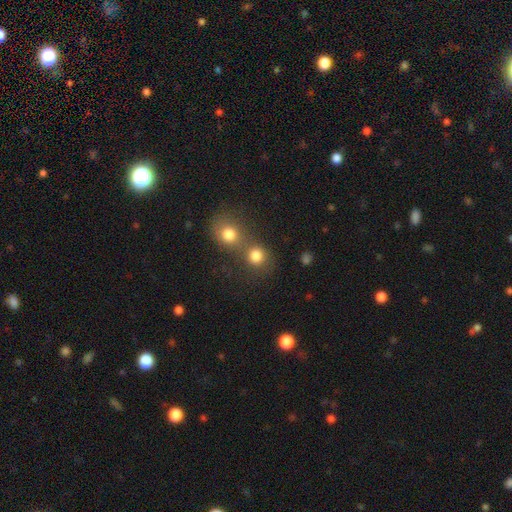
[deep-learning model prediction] This is clearly a smooth galaxy (81%). How rounded: clearly round (85%). Merging: possibly merger (46%).